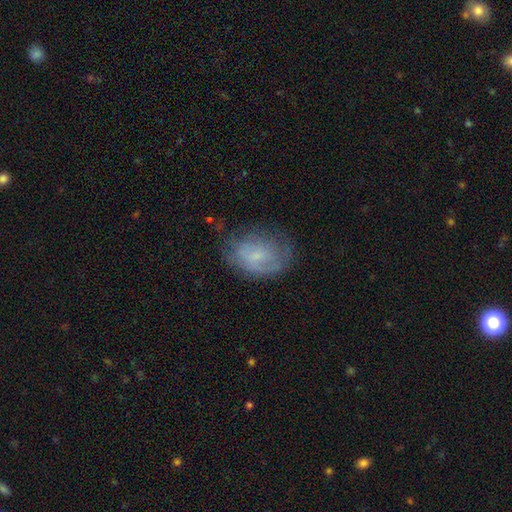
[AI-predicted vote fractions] Smooth or featured?
  - smooth: 52% *
  - featured or disk: 38%
  - star or artifact: 10%
How rounded?
  - in between: 76% *
  - round: 22%
  - cigar-shaped: 1%
Merging?
  - none: 54% *
  - minor disturbance: 28%
  - major disturbance: 16%
  - merger: 2%